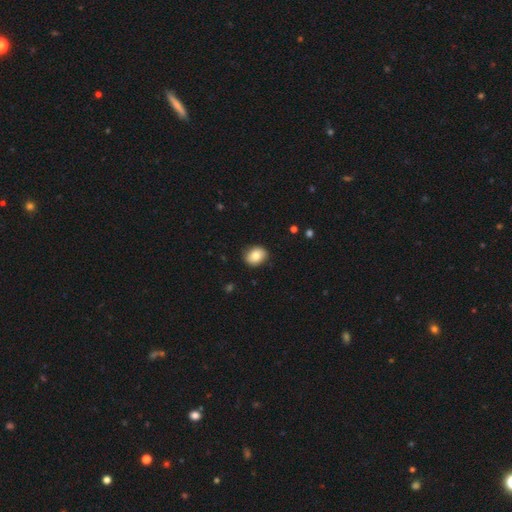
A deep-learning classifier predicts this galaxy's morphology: smooth-or-featured: smooth: 82% | featured or disk: 10% | star or artifact: 8%
  how-rounded: in between: 57% | round: 42% | cigar-shaped: 1%
  merging: none: 86% | minor disturbance: 11% | major disturbance: 2% | merger: 1%